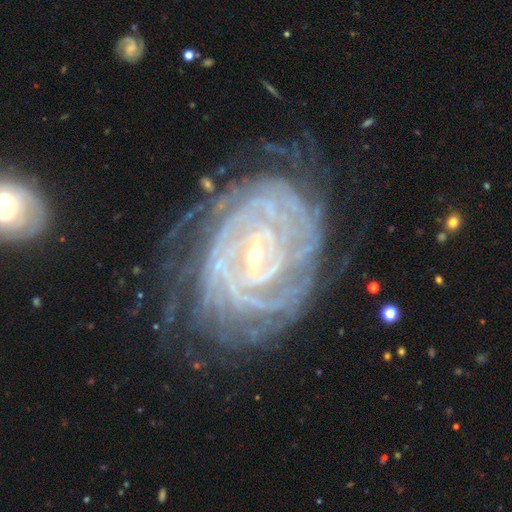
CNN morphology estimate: type=featured or disk (92%); edge-on=no (97%); bar=weak (43%); spiral arms=yes (98%); winding=tight (87%); arm count=can't tell (23%, tied with 4); bulge=small (71%); merging=none (71%).